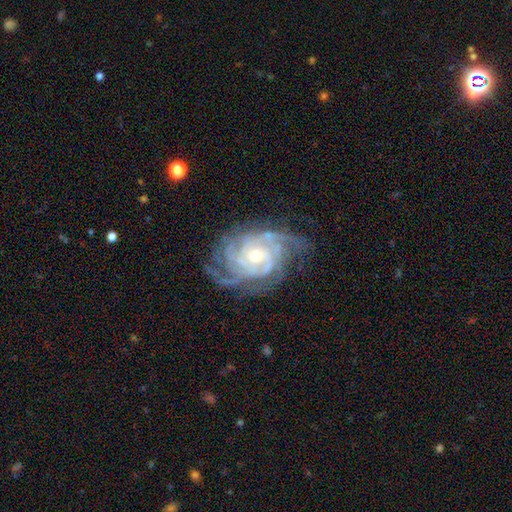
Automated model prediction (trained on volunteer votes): Overall: featured or disk (92%). Edge-on disk: no (97%). Bar: no (67%). Spiral arms: yes (98%). Spiral arm count: 4 (29%; 3 20%). Spiral winding: tight (69%). Bulge size: small (49%; moderate 47%). Merging: none (71%).